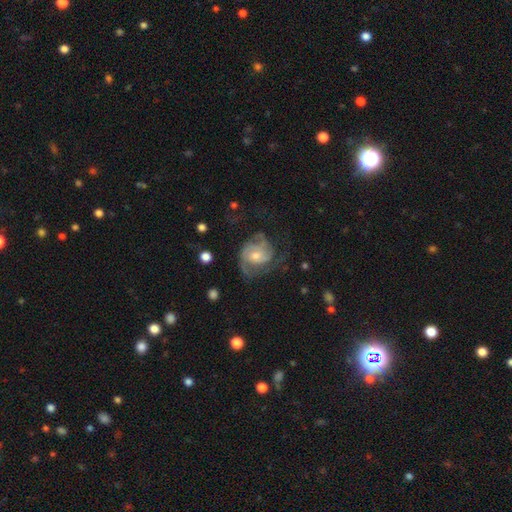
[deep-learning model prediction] A featured or disk galaxy (73%) with no bar (71%), 2 (32%) medium (44%) spiral arms (87%) and a moderate central bulge (50%). Merging: none (46%).